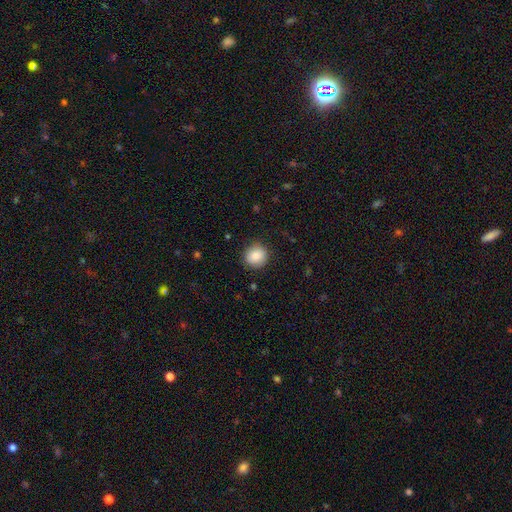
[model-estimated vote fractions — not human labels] The model was most divided on "smooth or featured": smooth: 85%, star or artifact: 9%, featured or disk: 6%. More confident: how rounded — round (91%); merging — none (88%).